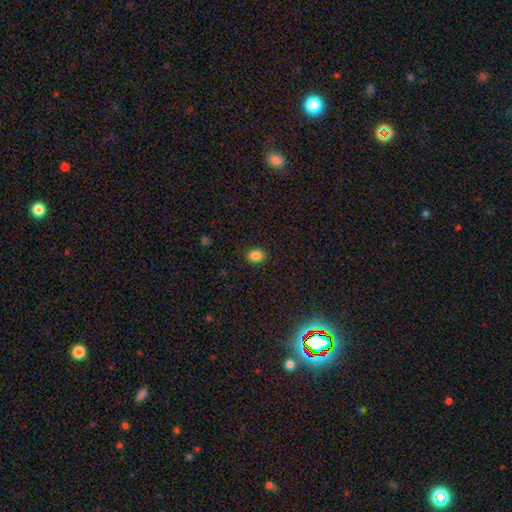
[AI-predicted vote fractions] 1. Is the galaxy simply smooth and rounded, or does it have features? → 86% smooth, 10% star or artifact, 4% featured or disk.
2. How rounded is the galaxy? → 65% in between, 34% round, 1% cigar-shaped.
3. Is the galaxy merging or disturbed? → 88% none, 9% minor disturbance, 2% major disturbance, 1% merger.